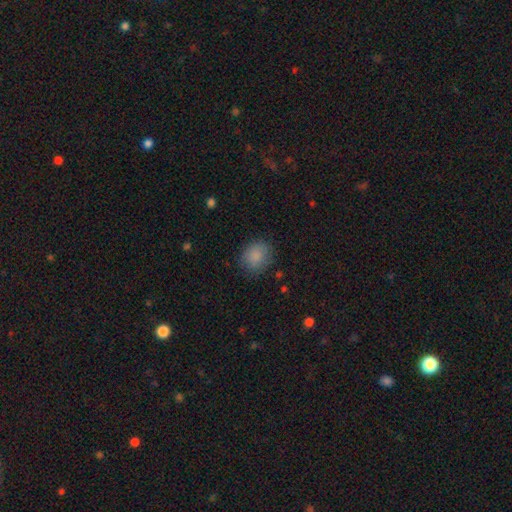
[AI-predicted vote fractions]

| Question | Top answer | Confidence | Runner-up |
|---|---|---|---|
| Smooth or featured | smooth | 86% | star or artifact (9%) |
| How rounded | round | 63% | in between (36%) |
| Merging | none | 80% | minor disturbance (15%) |